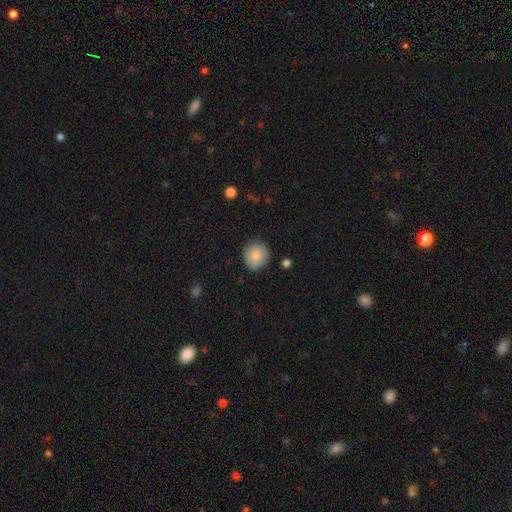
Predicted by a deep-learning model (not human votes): This appears to be a smooth galaxy with no disk features (85%) that is round (88%). Merging: none (83%).